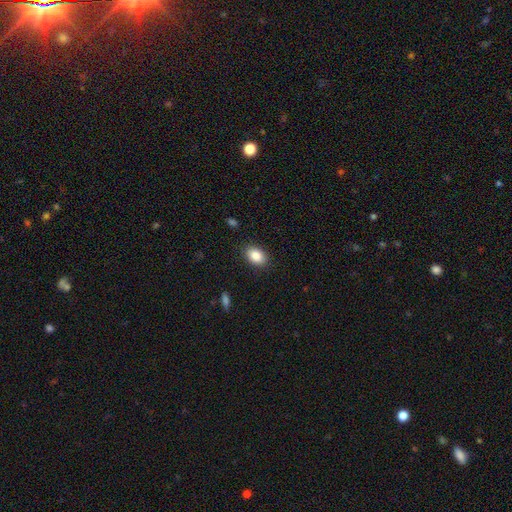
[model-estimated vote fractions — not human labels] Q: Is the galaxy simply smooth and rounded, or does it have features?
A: smooth — 87%.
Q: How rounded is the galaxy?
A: in between — 83%.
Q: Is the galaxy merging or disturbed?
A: none — 87%.